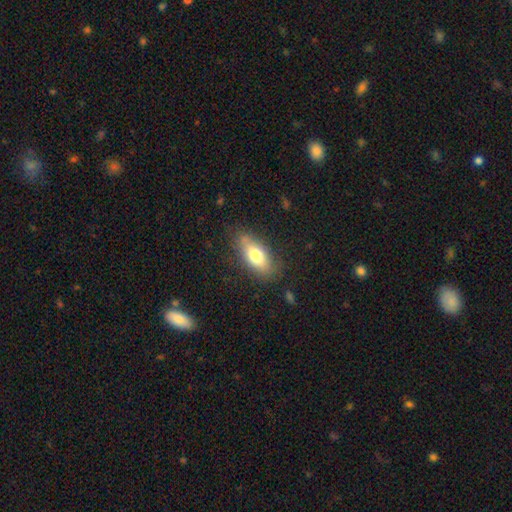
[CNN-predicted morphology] Overall: smooth (73%). How rounded: in between (83%). Merging: none (76%).